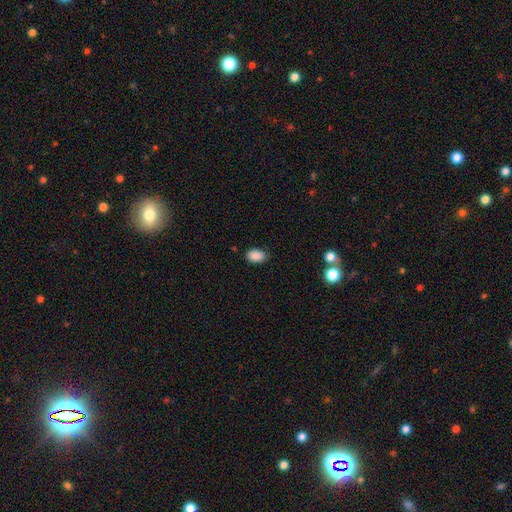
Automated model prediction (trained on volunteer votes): The model was most divided on "merging": none: 84%, minor disturbance: 12%, major disturbance: 2%, merger: 1%. More confident: smooth or featured — smooth (89%); how rounded — in between (87%).